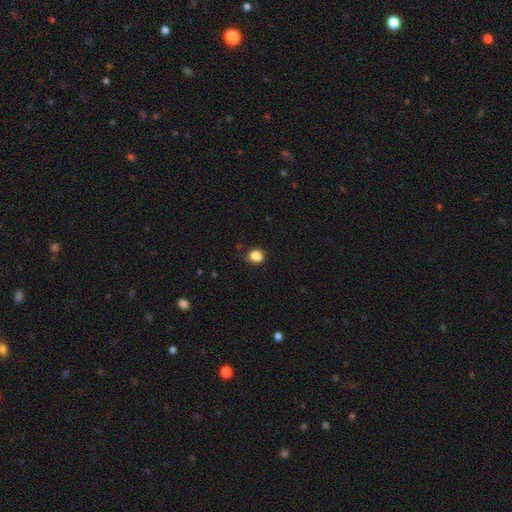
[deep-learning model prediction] smooth_or_featured: smooth (p=0.86) [alt: star or artifact p=0.10]
how_rounded: round (p=0.63) [alt: in between p=0.36]
merging: none (p=0.74) [alt: minor disturbance p=0.20]